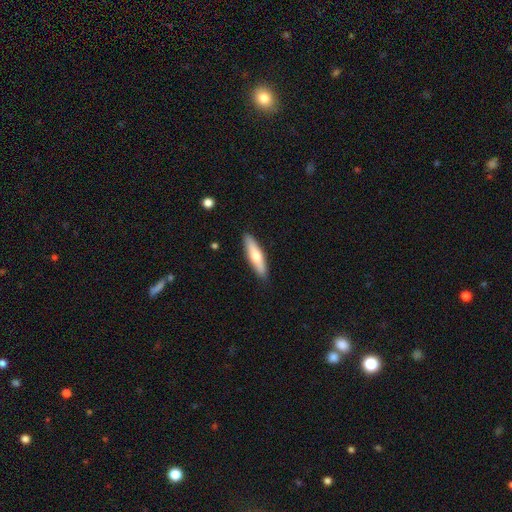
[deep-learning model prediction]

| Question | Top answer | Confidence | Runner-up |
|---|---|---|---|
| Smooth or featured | smooth | 64% | featured or disk (31%) |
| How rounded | cigar-shaped | 75% | in between (24%) |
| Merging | none | 88% | minor disturbance (9%) |